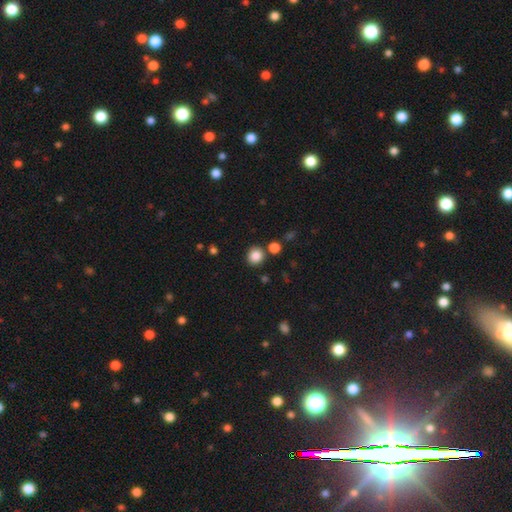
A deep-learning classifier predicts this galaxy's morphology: smooth 86%, star or artifact 10%, featured or disk 4%. Down the decision tree: how rounded — round (87%); merging — none (82%).